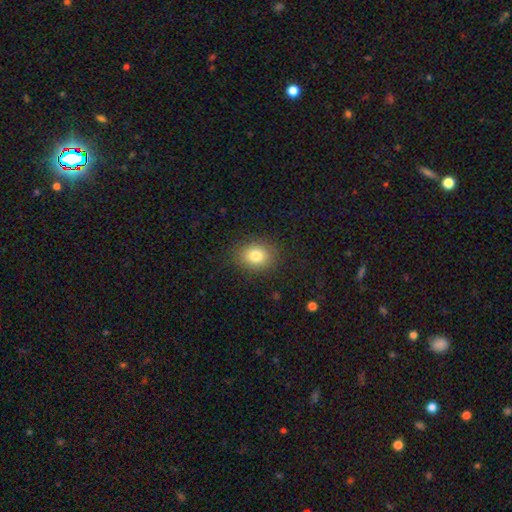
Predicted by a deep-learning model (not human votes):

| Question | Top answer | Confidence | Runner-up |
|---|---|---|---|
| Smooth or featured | smooth | 80% | star or artifact (11%) |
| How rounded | round | 56% | in between (43%) |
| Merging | none | 86% | minor disturbance (10%) |